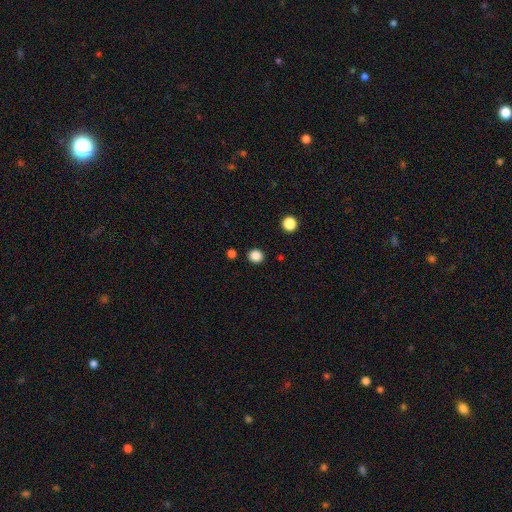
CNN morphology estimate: Smooth or featured? Predicted: smooth (p=0.85). How rounded? Predicted: round (p=0.88). Merging? Predicted: none (p=0.90).